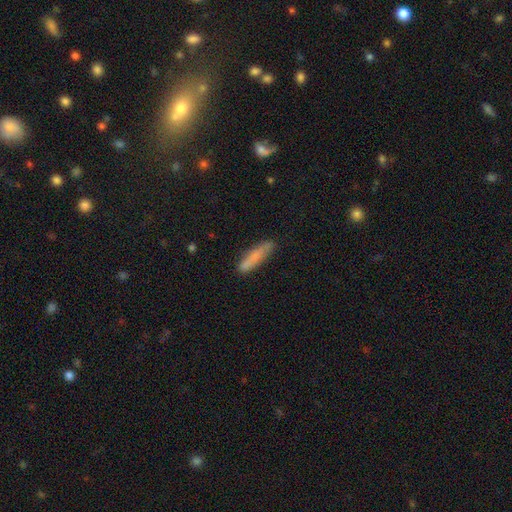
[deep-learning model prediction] The model was most divided on "merging": none: 77%, minor disturbance: 17%, major disturbance: 3%, merger: 3%. More confident: how rounded — cigar-shaped (82%); smooth or featured — smooth (79%).